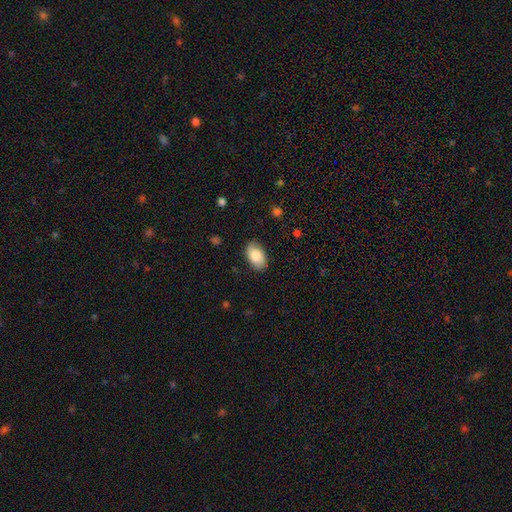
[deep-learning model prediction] smooth-or-featured: smooth: 84% | featured or disk: 10% | star or artifact: 6%
  how-rounded: in between: 92% | round: 7% | cigar-shaped: 1%
  merging: none: 82% | minor disturbance: 14% | major disturbance: 3% | merger: 1%